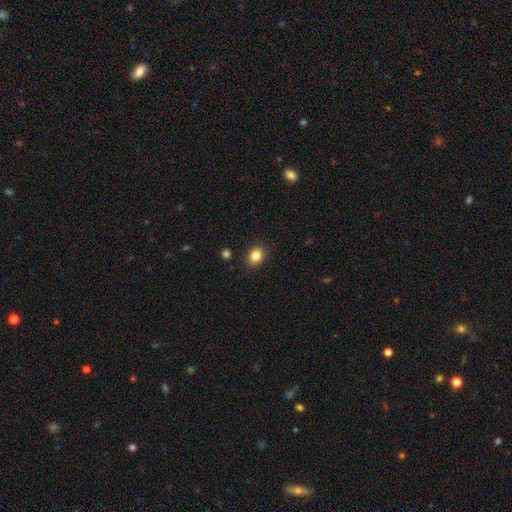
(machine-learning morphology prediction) smooth-or-featured: smooth: 84% | star or artifact: 10% | featured or disk: 6%
  how-rounded: round: 54% | in between: 45% | cigar-shaped: 1%
  merging: none: 88% | minor disturbance: 8% | major disturbance: 2% | merger: 2%